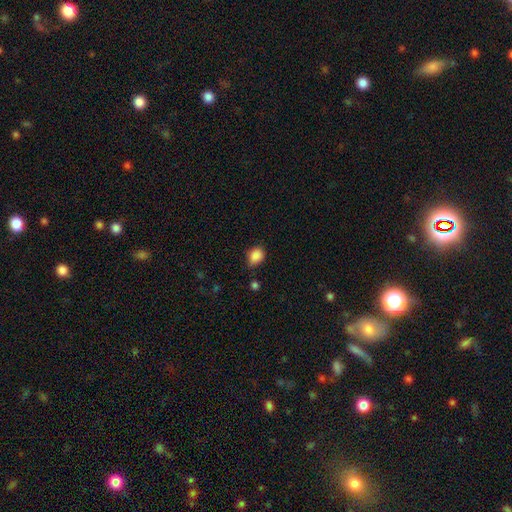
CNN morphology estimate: A smooth galaxy with no disk features (88%) that is in between round and cigar-shaped (52%). Merging: none (71%).